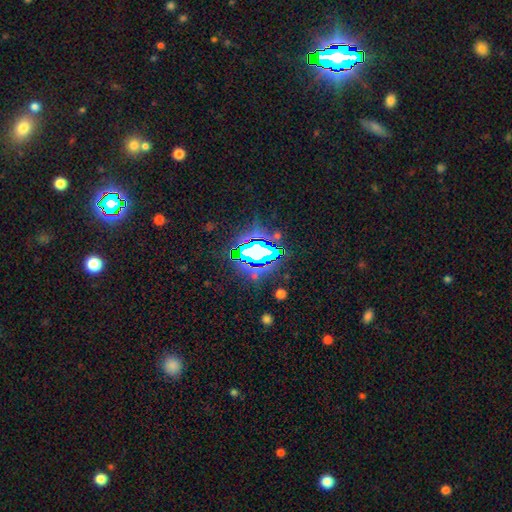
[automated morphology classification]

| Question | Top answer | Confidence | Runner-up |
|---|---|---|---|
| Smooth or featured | star or artifact | 69% | smooth (17%) |